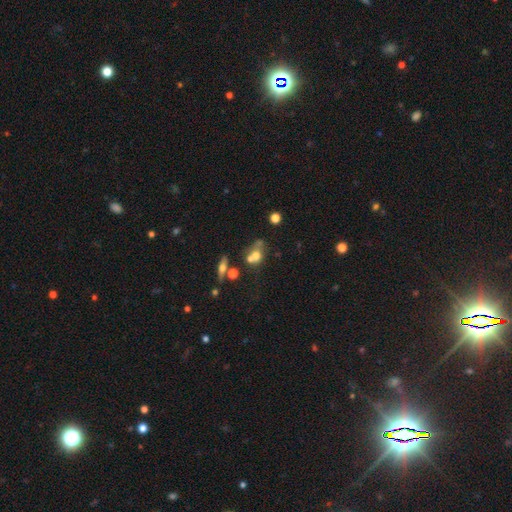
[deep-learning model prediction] smooth_or_featured: smooth (p=0.58) [alt: featured or disk p=0.27]
how_rounded: round (p=0.52) [alt: in between p=0.44]
merging: merger (p=0.49) [alt: none p=0.27]